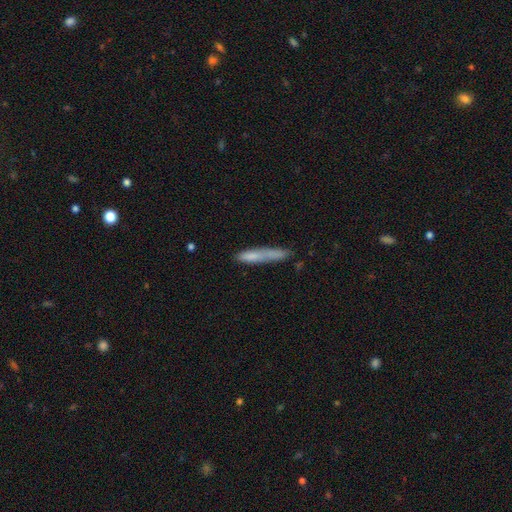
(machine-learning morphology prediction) Smooth or featured?
  - smooth: 72% *
  - featured or disk: 20%
  - star or artifact: 8%
How rounded?
  - cigar-shaped: 92% *
  - in between: 6%
  - round: 1%
Merging?
  - none: 66% *
  - minor disturbance: 22%
  - major disturbance: 7%
  - merger: 6%